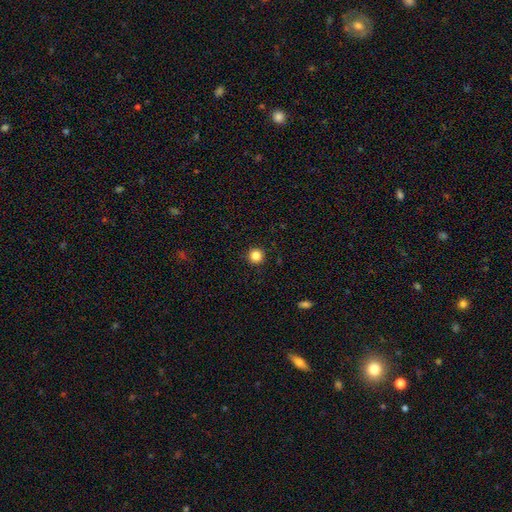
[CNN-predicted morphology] Overall: smooth (85%). How rounded: round (96%). Merging: none (93%).